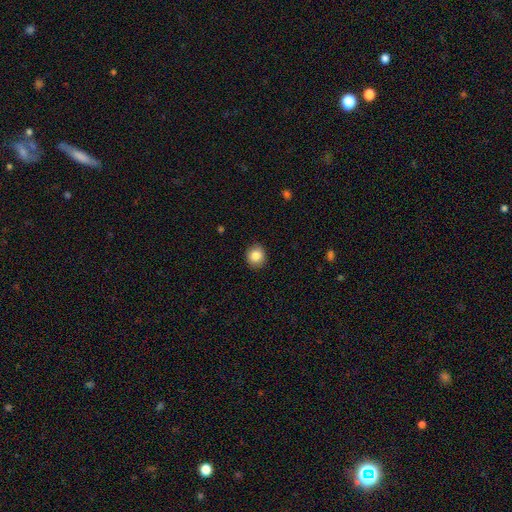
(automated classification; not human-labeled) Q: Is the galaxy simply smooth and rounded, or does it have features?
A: smooth — 86%.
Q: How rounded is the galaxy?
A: round — 83%.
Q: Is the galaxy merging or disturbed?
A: none — 89%.